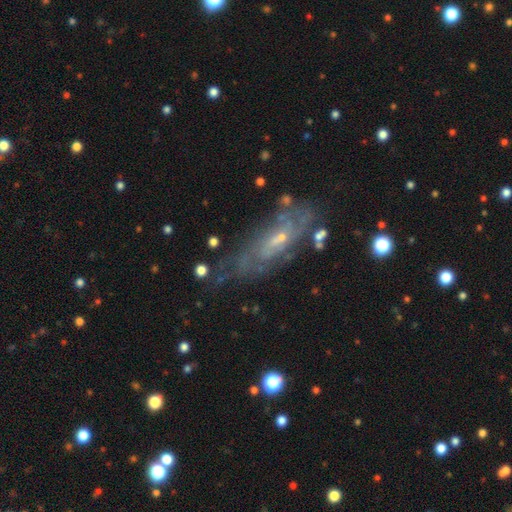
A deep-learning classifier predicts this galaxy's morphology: featured or disk 69%, smooth 19%, star or artifact 12%. Down the decision tree: edge-on disk — no (77%); bar — no (61%); spiral arms — yes (74%); bulge size — small (65%); merging — none (67%).